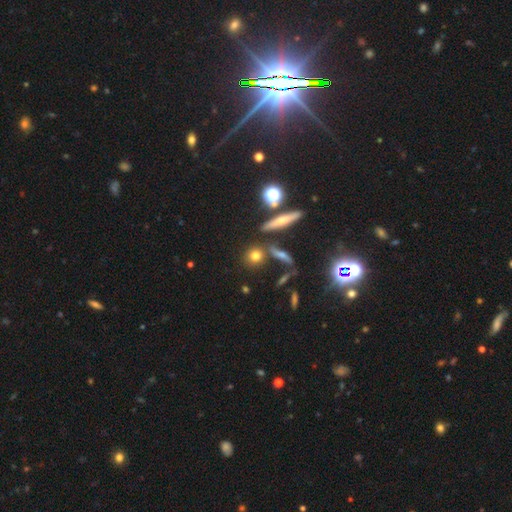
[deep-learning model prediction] Smooth or featured?
  - smooth: 71% *
  - star or artifact: 16%
  - featured or disk: 13%
How rounded?
  - round: 79% *
  - in between: 13%
  - cigar-shaped: 8%
Merging?
  - none: 75% *
  - merger: 12%
  - minor disturbance: 9%
  - major disturbance: 4%